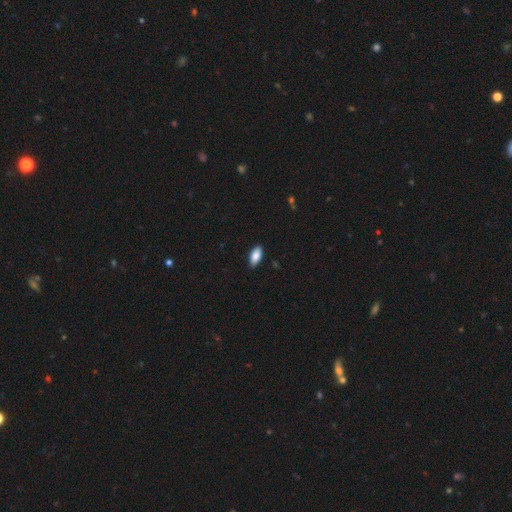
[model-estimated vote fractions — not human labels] Smooth or featured: smooth — 86% (featured or disk — 8%)
How rounded: in between — 90% (cigar-shaped — 8%)
Merging: none — 88% (minor disturbance — 9%)